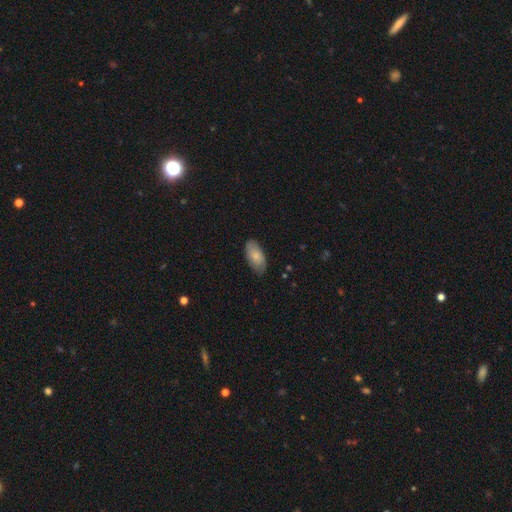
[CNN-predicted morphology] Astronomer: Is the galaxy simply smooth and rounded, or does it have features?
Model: smooth — 74%.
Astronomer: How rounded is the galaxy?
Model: in between — 93%.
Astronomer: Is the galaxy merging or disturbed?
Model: none — 79%.